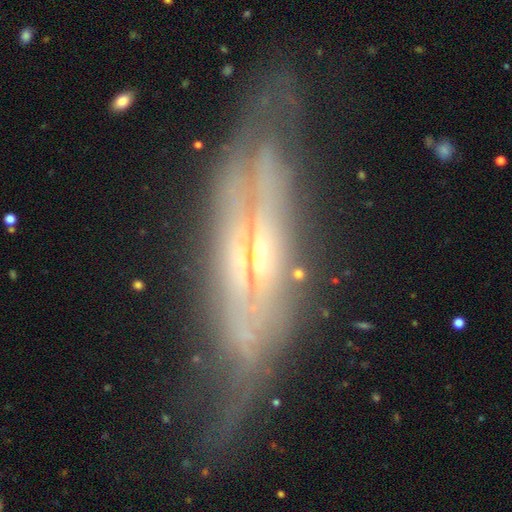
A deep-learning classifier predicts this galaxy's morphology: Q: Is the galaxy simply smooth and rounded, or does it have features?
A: featured or disk — 78%.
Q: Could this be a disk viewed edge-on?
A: yes — 62%.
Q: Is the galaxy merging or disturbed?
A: none — 60%.